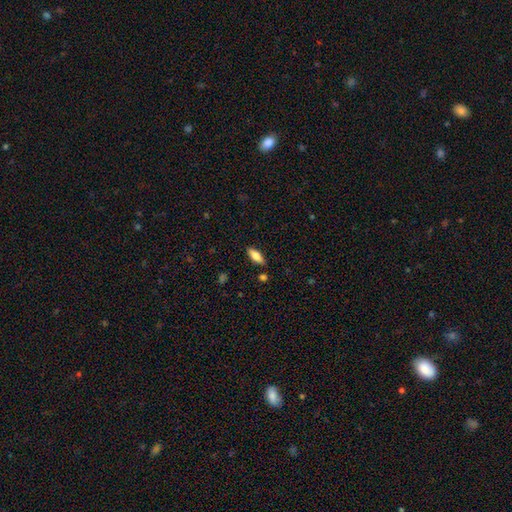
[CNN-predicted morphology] Smooth or featured?
  - smooth: 73% *
  - featured or disk: 20%
  - star or artifact: 7%
How rounded?
  - in between: 71% *
  - cigar-shaped: 26%
  - round: 2%
Merging?
  - none: 87% *
  - minor disturbance: 9%
  - major disturbance: 2%
  - merger: 2%